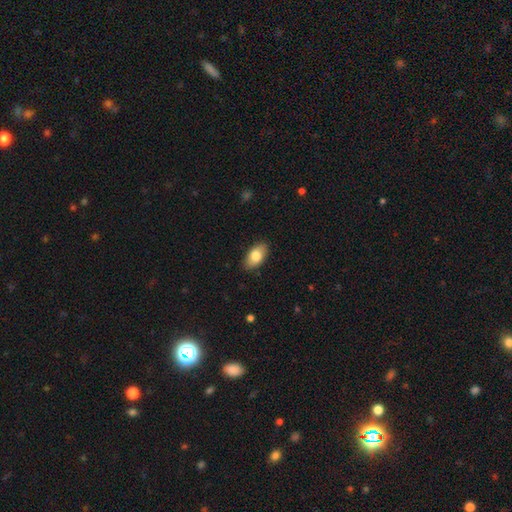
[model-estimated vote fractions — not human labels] Smooth or featured?
  - smooth: 81% *
  - featured or disk: 12%
  - star or artifact: 6%
How rounded?
  - in between: 93% *
  - round: 4%
  - cigar-shaped: 2%
Merging?
  - none: 88% *
  - minor disturbance: 9%
  - major disturbance: 2%
  - merger: 1%